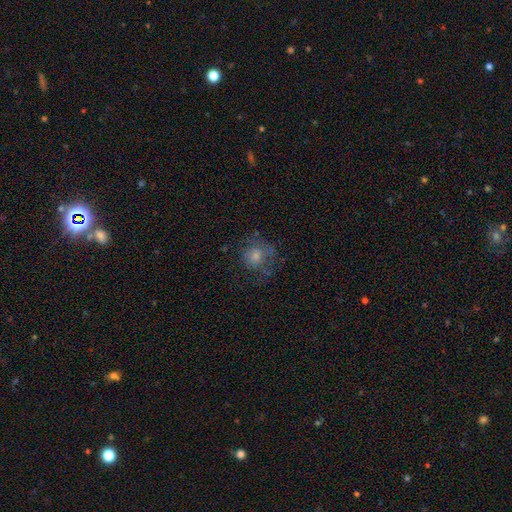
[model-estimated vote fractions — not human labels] Morphology: type=smooth (53%); roundness=round (83%); merging=none (61%).